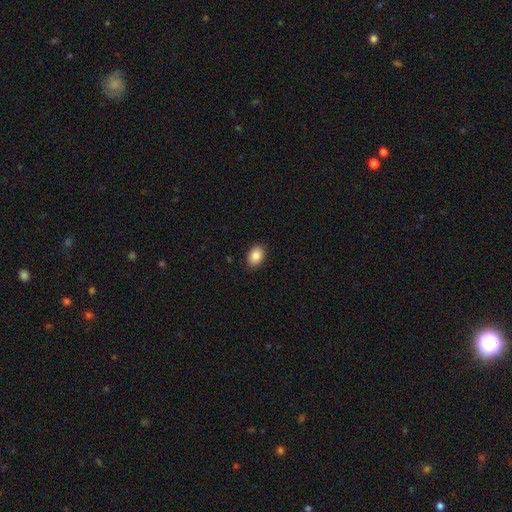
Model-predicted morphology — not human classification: Smooth or featured? Predicted: smooth (p=0.86). How rounded? Predicted: in between (p=0.77). Merging? Predicted: none (p=0.89).